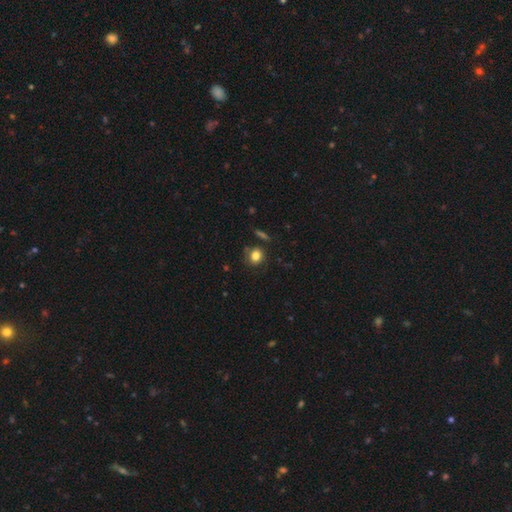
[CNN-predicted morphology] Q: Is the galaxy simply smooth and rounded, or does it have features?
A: smooth — 81%.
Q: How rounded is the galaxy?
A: round — 73%.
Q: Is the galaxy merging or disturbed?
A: none — 74%.